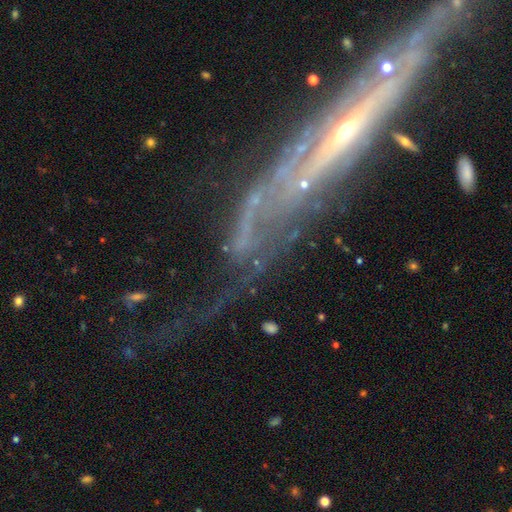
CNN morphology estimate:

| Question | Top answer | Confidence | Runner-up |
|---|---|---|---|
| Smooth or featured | featured or disk | 77% | star or artifact (12%) |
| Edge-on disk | no | 57% | yes (43%) |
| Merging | none | 47% | major disturbance (28%) |